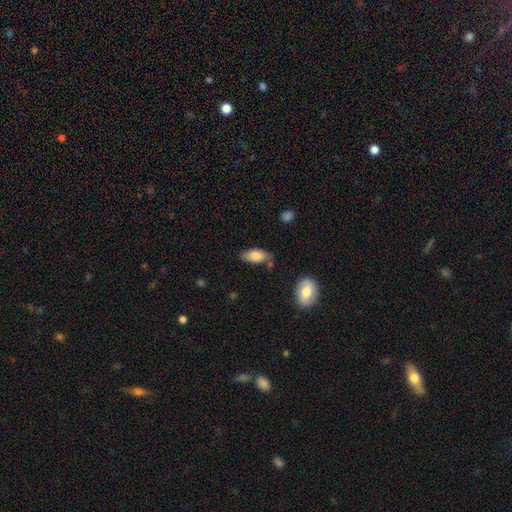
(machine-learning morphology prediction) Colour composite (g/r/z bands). It shows a smooth galaxy with no disk features (82%) that is in between round and cigar-shaped (89%). Merging: none (66%).